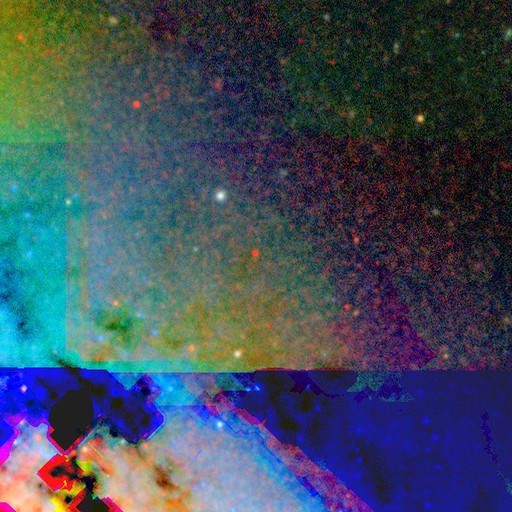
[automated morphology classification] Smooth or featured: star or artifact — 73% (featured or disk — 16%)